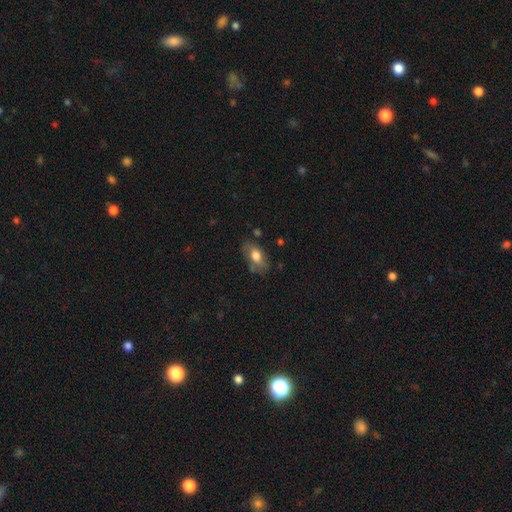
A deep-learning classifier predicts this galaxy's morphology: Smooth or featured? Predicted: smooth (p=0.71). How rounded? Predicted: in between (p=0.89). Merging? Predicted: none (p=0.64).